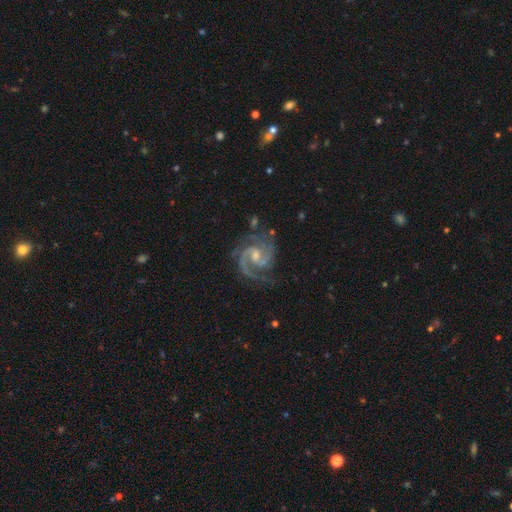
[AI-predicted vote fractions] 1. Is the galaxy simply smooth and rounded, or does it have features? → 93% featured or disk, 5% star or artifact, 3% smooth.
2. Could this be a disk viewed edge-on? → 98% no, 2% yes.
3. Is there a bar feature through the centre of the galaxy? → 50% weak, 37% no, 13% strong.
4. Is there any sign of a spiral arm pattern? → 99% yes, 1% no.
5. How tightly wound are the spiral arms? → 57% medium, 34% tight, 8% loose.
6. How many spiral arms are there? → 83% 2, 9% 3, 3% can't tell, 2% 1, 2% 4, 2% more than 4.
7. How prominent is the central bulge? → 47% moderate, 44% small, 6% none, 2% large, 1% dominant.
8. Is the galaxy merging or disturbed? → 74% none, 17% minor disturbance, 7% major disturbance, 2% merger.